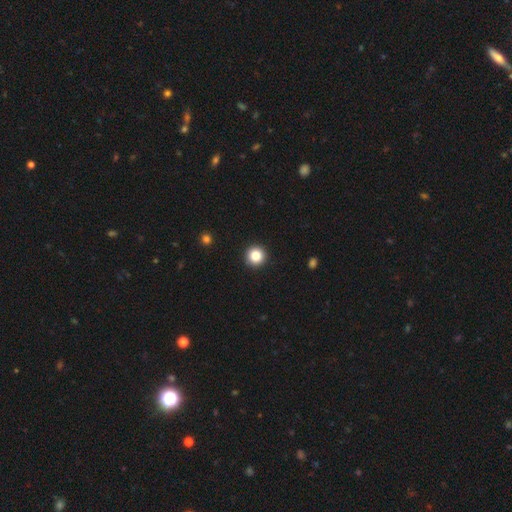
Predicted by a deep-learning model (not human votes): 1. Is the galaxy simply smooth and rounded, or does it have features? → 85% smooth, 11% star or artifact, 4% featured or disk.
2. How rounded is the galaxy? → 96% round, 3% in between, 1% cigar-shaped.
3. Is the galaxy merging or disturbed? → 93% none, 4% minor disturbance, 2% major disturbance, 1% merger.